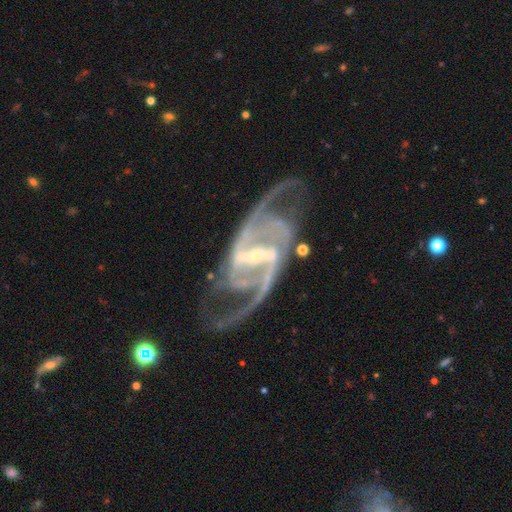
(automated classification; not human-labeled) Overall: featured or disk (93%). Edge-on disk: no (97%). Bar: strong (71%). Spiral arms: yes (98%). Spiral arm count: 2 (83%). Spiral winding: medium (54%; loose 30%). Bulge size: small (77%). Merging: none (67%).